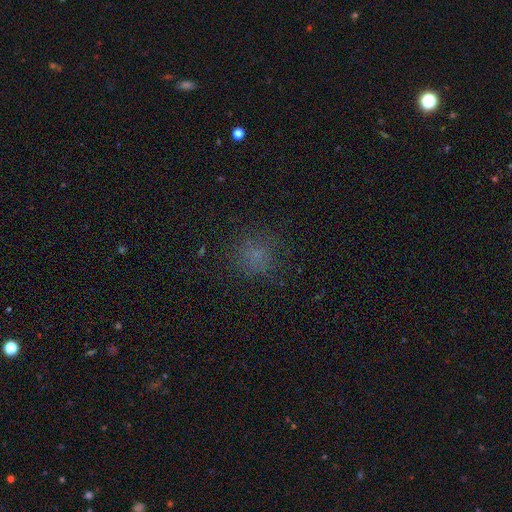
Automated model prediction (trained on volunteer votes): Smooth or featured: smooth — 66% (star or artifact — 25%)
How rounded: round — 87% (in between — 12%)
Merging: none — 79% (minor disturbance — 13%)